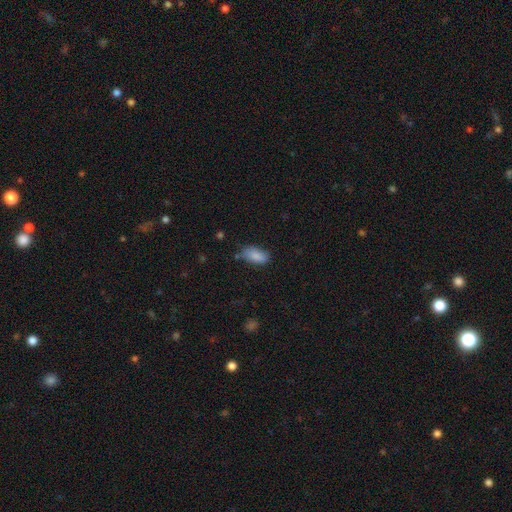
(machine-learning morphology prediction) smooth 87%, star or artifact 7%, featured or disk 6%. Down the decision tree: how rounded — in between (91%); merging — none (71%).